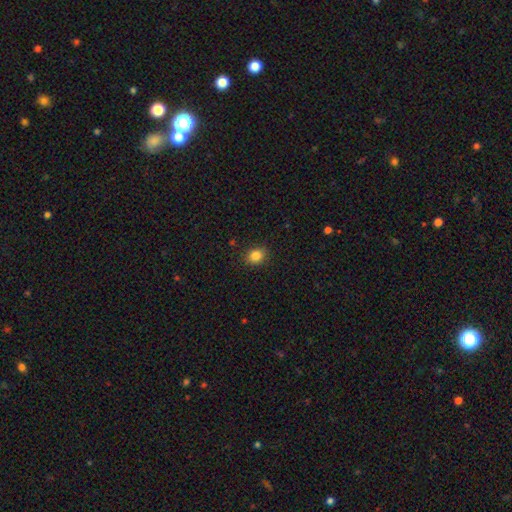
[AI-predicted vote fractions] Q: Smooth or featured?
A: smooth (84%); runner-up: star or artifact (11%)
Q: How rounded?
A: in between (50%); runner-up: round (49%)
Q: Merging?
A: none (89%); runner-up: minor disturbance (8%)